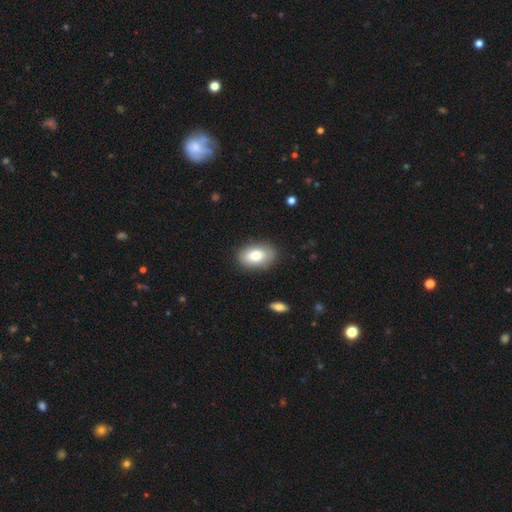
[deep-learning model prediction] smooth-or-featured: smooth: 79% | featured or disk: 14% | star or artifact: 7%
  how-rounded: in between: 90% | round: 8% | cigar-shaped: 1%
  merging: none: 84% | minor disturbance: 12% | major disturbance: 3% | merger: 1%